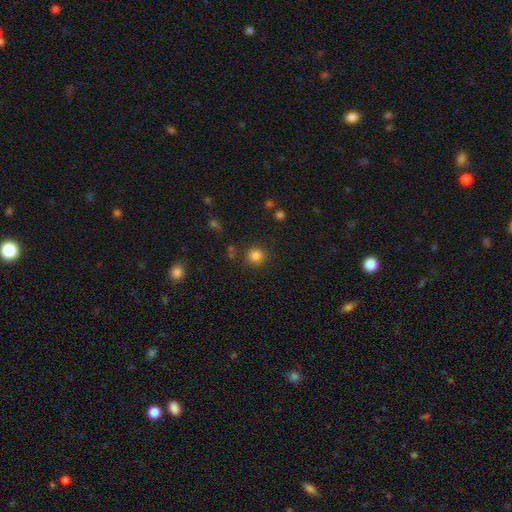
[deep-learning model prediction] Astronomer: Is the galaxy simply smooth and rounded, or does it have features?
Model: smooth — 83%.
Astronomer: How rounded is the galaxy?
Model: round — 91%.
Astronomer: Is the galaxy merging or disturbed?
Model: none — 86%.